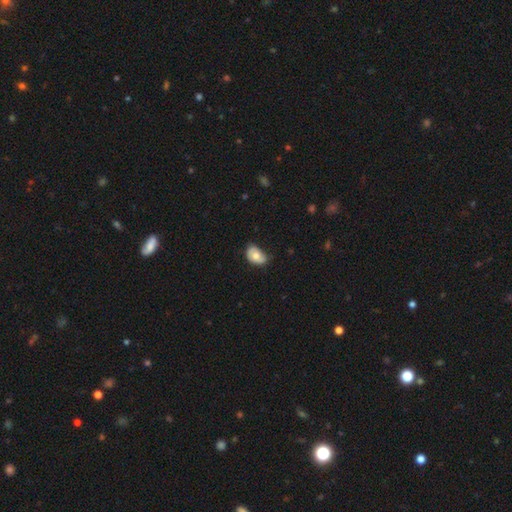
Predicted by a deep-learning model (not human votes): Smooth or featured? Predicted: smooth (p=0.63). How rounded? Predicted: in between (p=0.80). Merging? Predicted: none (p=0.47).